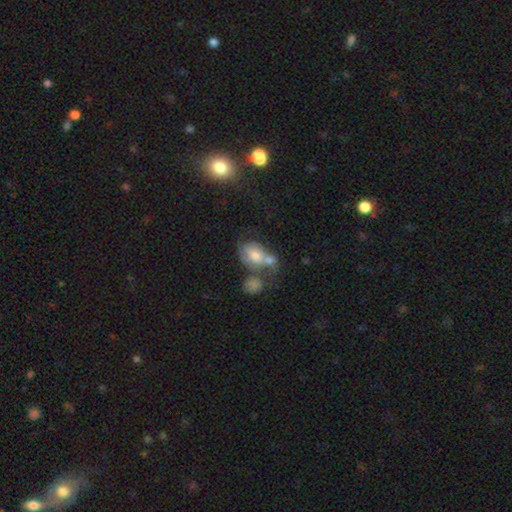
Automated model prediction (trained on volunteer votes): A smooth galaxy with no disk features (58%) that is in between round and cigar-shaped (66%).

Vote fractions:
- Smooth or featured? smooth: 58% / featured or disk: 31% / star or artifact: 12%
- How rounded? in between: 66% / round: 32% / cigar-shaped: 2%
- Merging? merger: 45% / none: 25% / minor disturbance: 16% / major disturbance: 14%